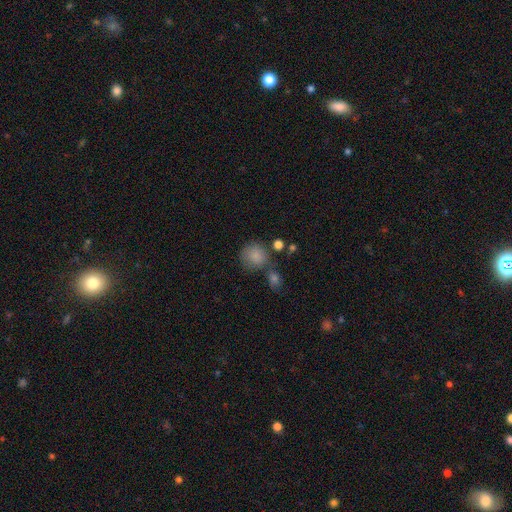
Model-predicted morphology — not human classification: Smooth or featured? Predicted: smooth (p=0.83). How rounded? Predicted: round (p=0.84). Merging? Predicted: none (p=0.59).